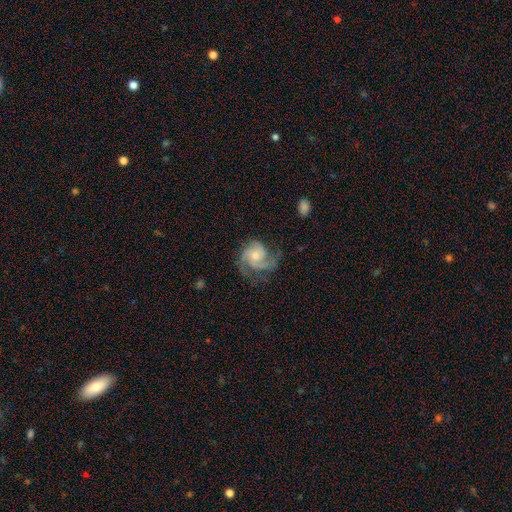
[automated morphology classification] Q: Smooth or featured?
A: featured or disk (81%); runner-up: smooth (13%)
Q: Edge-on disk?
A: no (98%); runner-up: yes (2%)
Q: Bar?
A: no (73%); runner-up: weak (24%)
Q: Spiral arms?
A: yes (96%); runner-up: no (4%)
Q: Spiral winding?
A: medium (46%); runner-up: tight (40%)
Q: Spiral arm count?
A: 3 (44%); runner-up: 2 (27%)
Q: Bulge size?
A: moderate (49%); runner-up: small (42%)
Q: Merging?
A: none (56%); runner-up: minor disturbance (23%)